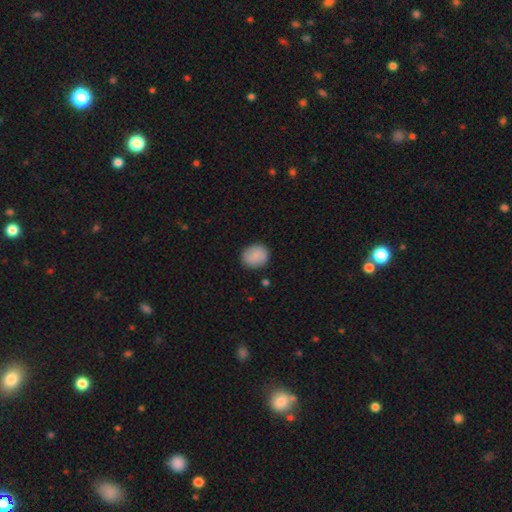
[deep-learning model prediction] This appears to be a smooth galaxy with no disk features (84%) that is round (70%). Merging: none (87%).